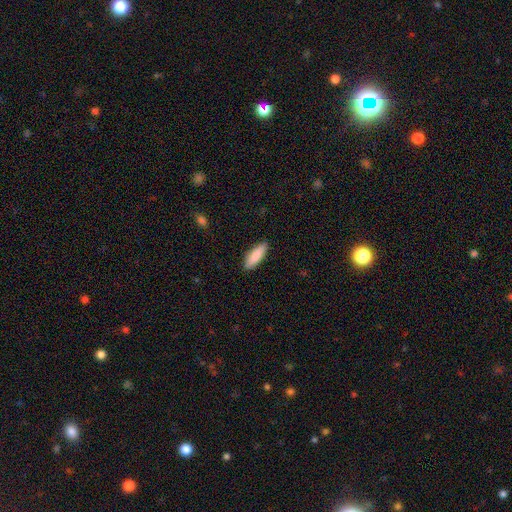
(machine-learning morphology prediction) This appears to be a smooth galaxy with no disk features (87%) that is in between round and cigar-shaped (54%). Merging: none (89%).